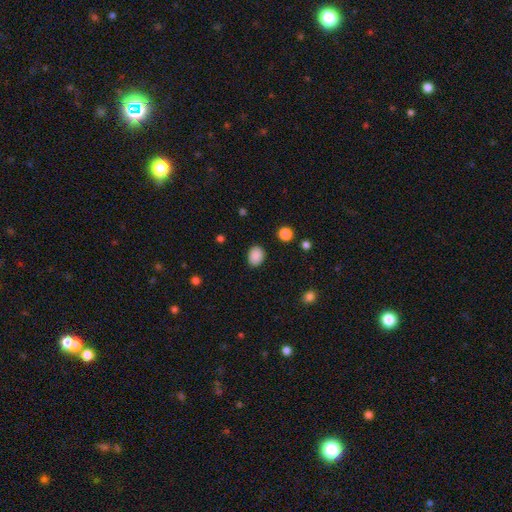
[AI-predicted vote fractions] smooth_or_featured: smooth (p=0.88) [alt: star or artifact p=0.09]
how_rounded: in between (p=0.63) [alt: round p=0.37]
merging: none (p=0.87) [alt: minor disturbance p=0.09]